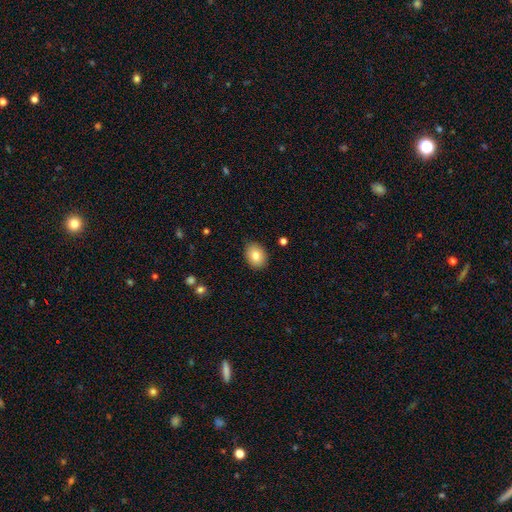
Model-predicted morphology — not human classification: smooth-or-featured: smooth: 81% | featured or disk: 10% | star or artifact: 8%
  how-rounded: in between: 60% | round: 39% | cigar-shaped: 1%
  merging: none: 85% | minor disturbance: 12% | major disturbance: 2% | merger: 1%